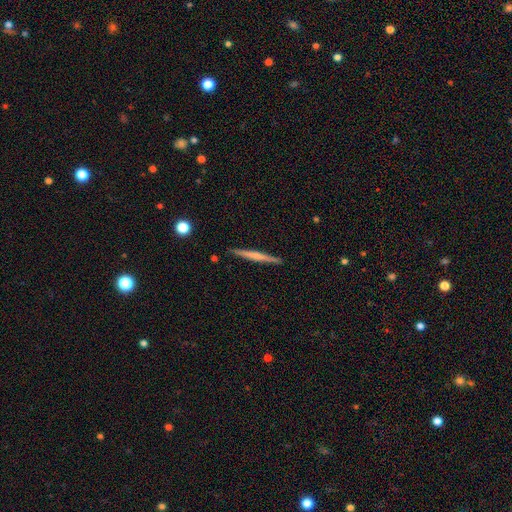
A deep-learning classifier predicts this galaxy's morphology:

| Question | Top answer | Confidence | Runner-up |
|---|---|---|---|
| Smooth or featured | featured or disk | 50% | smooth (45%) |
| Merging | none | 90% | minor disturbance (7%) |